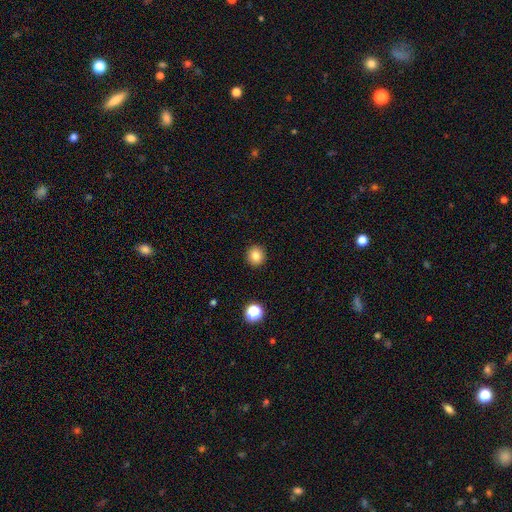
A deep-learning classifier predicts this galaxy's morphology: A smooth galaxy with no disk features (82%) that is round (90%).

Vote fractions:
- Smooth or featured? smooth: 82% / star or artifact: 12% / featured or disk: 7%
- How rounded? round: 90% / in between: 9% / cigar-shaped: 1%
- Merging? none: 92% / minor disturbance: 5% / major disturbance: 2% / merger: 1%